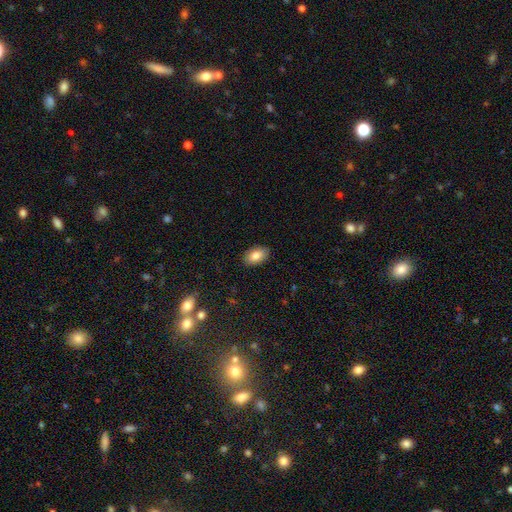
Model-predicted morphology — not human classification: A smooth galaxy with no disk features (84%) that is in between round and cigar-shaped (93%). Merging: none (89%).